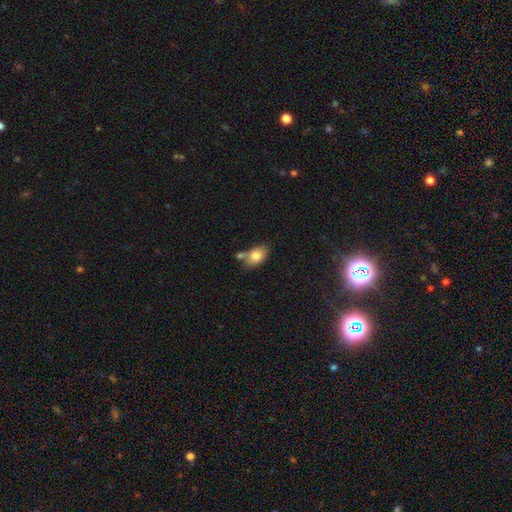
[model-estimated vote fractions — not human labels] A smooth galaxy with no disk features (81%) that is in between round and cigar-shaped (84%). Merging: none (46%).